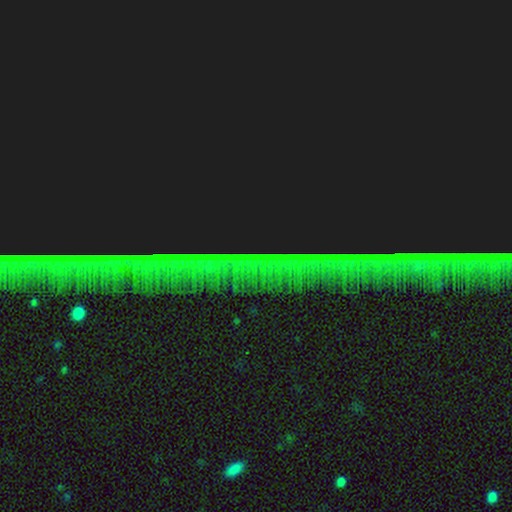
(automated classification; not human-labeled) The model was most divided on "smooth or featured": star or artifact: 85%, featured or disk: 8%, smooth: 7%.